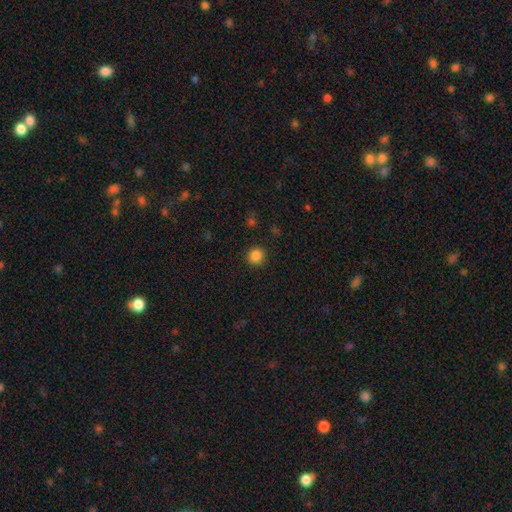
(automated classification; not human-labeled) Overall: smooth (85%). How rounded: round (93%). Merging: none (91%).